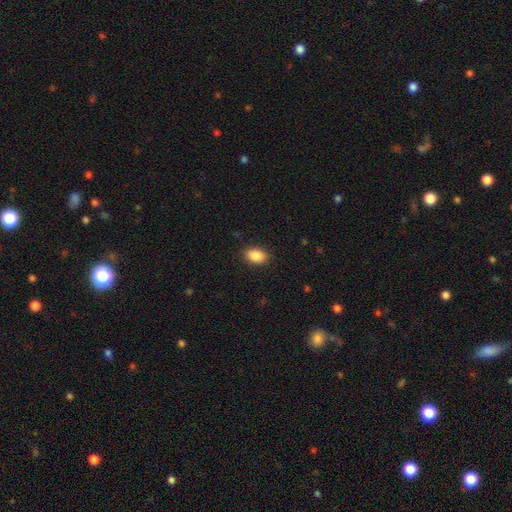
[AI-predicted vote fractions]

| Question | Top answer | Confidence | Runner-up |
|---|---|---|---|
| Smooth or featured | smooth | 88% | star or artifact (8%) |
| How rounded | in between | 84% | round (15%) |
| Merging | none | 88% | minor disturbance (8%) |